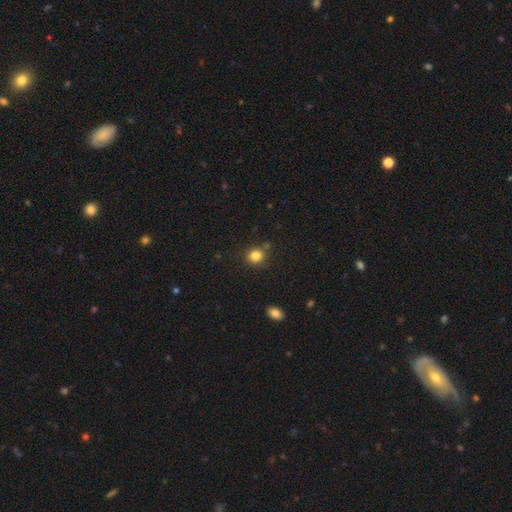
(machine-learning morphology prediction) A smooth galaxy with no disk features (84%) that is round (86%). Merging: none (81%).